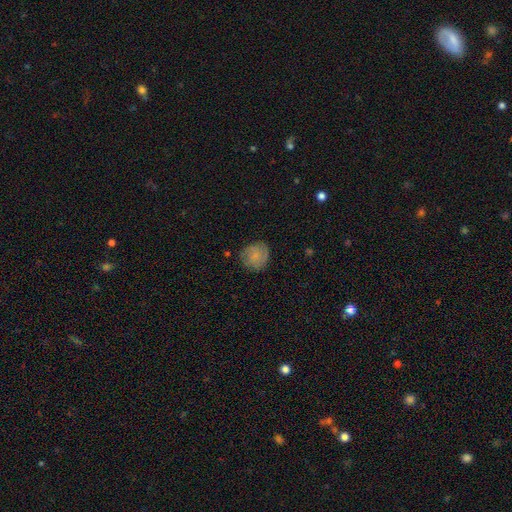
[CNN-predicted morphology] This appears to be a smooth galaxy with no disk features (68%) that is round (86%). Merging: none (76%).